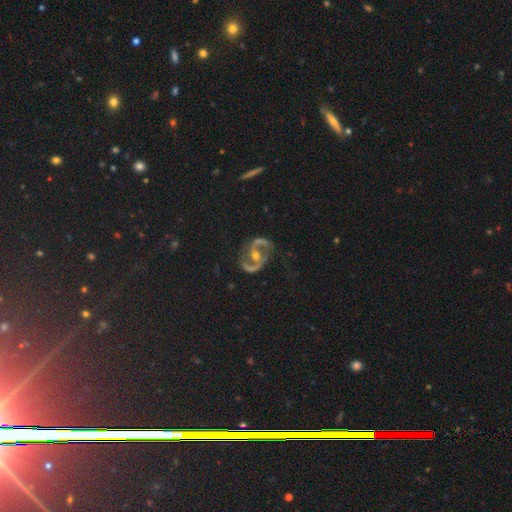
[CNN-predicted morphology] Overall: featured or disk (87%). Edge-on disk: no (97%). Bar: no (42%; weak 31%). Spiral arms: yes (90%). Spiral arm count: 2 (92%). Spiral winding: medium (52%; loose 32%). Bulge size: moderate (72%). Merging: none (73%).